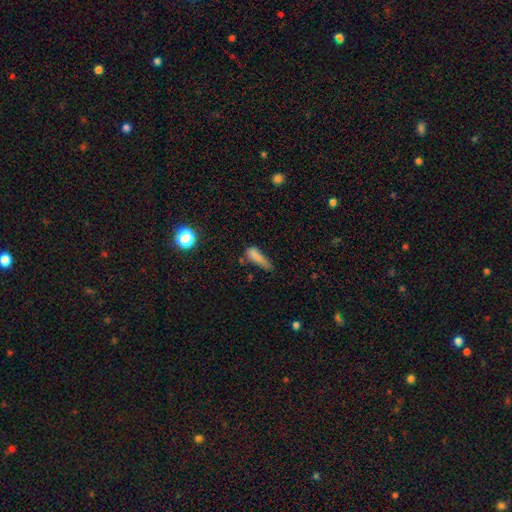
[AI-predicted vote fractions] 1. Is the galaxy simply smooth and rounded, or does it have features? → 73% smooth, 14% featured or disk, 13% star or artifact.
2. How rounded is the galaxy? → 47% in between (tied), 47% cigar-shaped (tied), 5% round.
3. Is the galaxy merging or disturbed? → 34% minor disturbance, 29% none, 28% major disturbance, 9% merger.